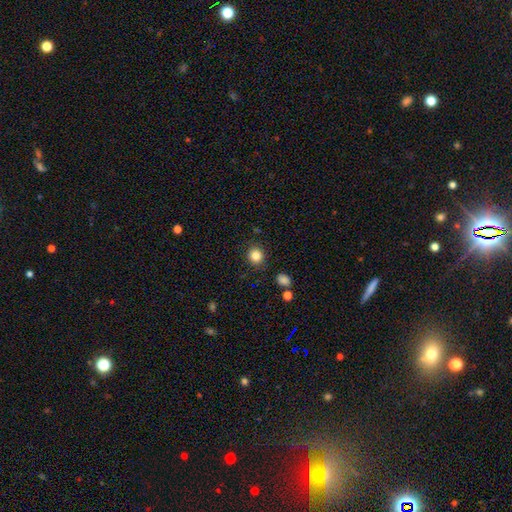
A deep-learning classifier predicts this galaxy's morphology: Smooth or featured?
  - smooth: 85% *
  - star or artifact: 10%
  - featured or disk: 5%
How rounded?
  - round: 81% *
  - in between: 18%
  - cigar-shaped: 1%
Merging?
  - none: 86% *
  - minor disturbance: 9%
  - major disturbance: 3%
  - merger: 2%